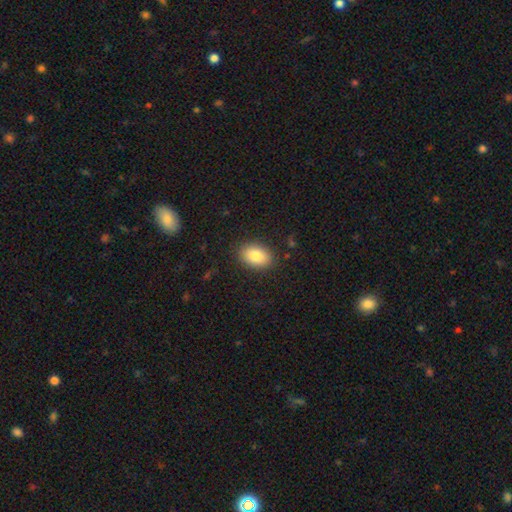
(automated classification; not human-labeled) A smooth galaxy with no disk features (85%) that is in between round and cigar-shaped (85%). Merging: none (87%).